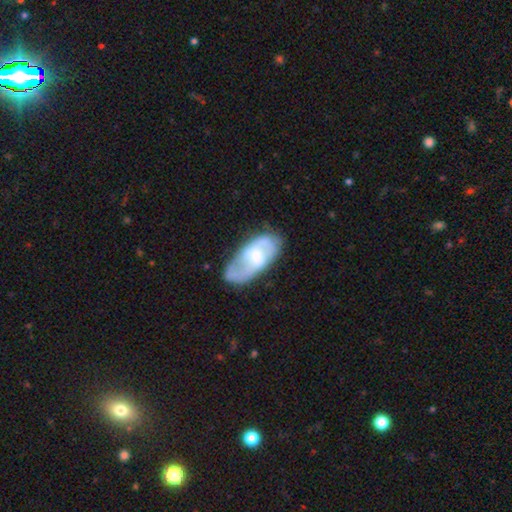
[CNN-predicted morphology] Smooth or featured? Predicted: featured or disk (p=0.57). Edge-on disk? Predicted: no (p=0.91). Bar? Predicted: weak (p=0.48). Spiral arms? Predicted: yes (p=0.61). Bulge size? Predicted: moderate (p=0.48). Merging? Predicted: none (p=0.61).